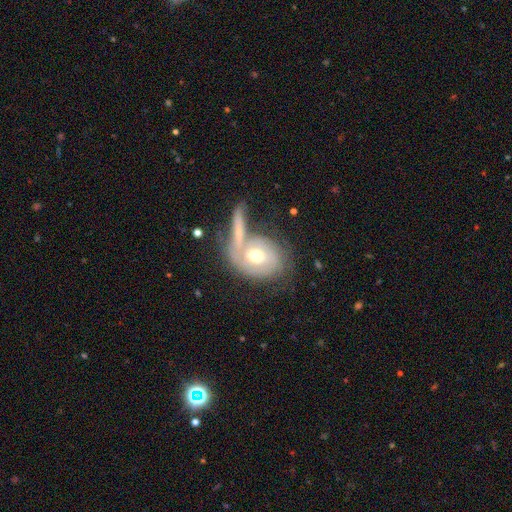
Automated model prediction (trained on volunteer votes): This is likely a featured or disk galaxy (67%). It is clearly not viewed edge-on (93%). Bar: likely no (71%). Spiral arm pattern: likely yes (78%). Central bulge: likely moderate (70%). Merging: marginally none (40%).